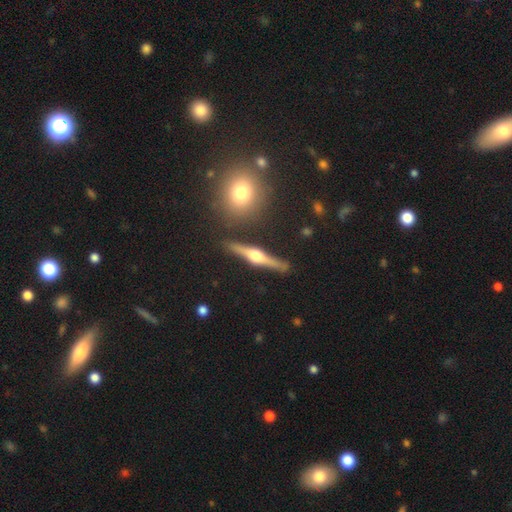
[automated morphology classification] Smooth or featured: featured or disk — 79% (smooth — 16%)
Edge-on disk: yes — 97% (no — 3%)
Edge-on bulge: rounded — 94% (boxy — 4%)
Merging: none — 87% (minor disturbance — 8%)